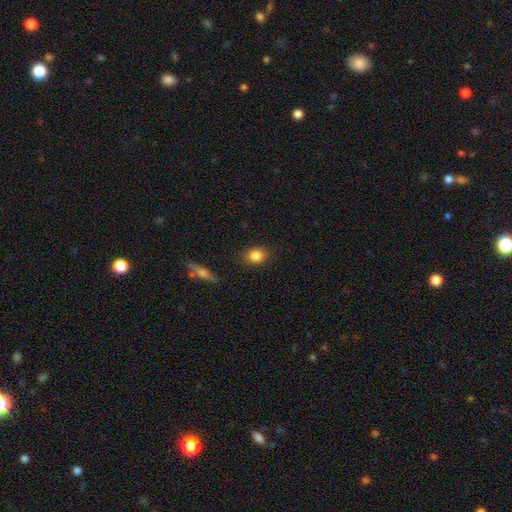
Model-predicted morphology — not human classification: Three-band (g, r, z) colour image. It shows a smooth galaxy with no disk features (85%) that is round (55%). Merging: none (85%).